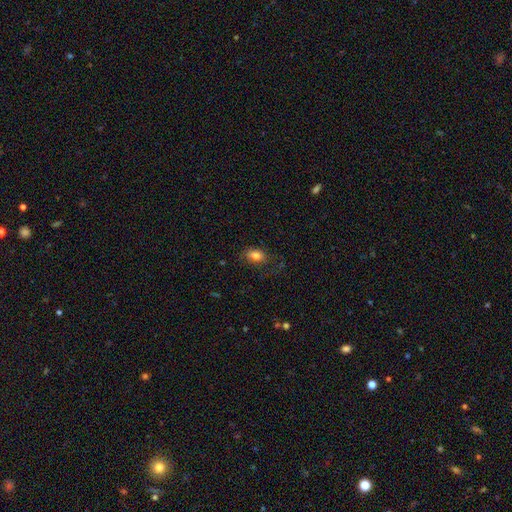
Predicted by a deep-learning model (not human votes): Smooth or featured?
  - smooth: 80% *
  - featured or disk: 11%
  - star or artifact: 9%
How rounded?
  - in between: 82% *
  - round: 16%
  - cigar-shaped: 2%
Merging?
  - none: 67% *
  - minor disturbance: 21%
  - major disturbance: 10%
  - merger: 1%